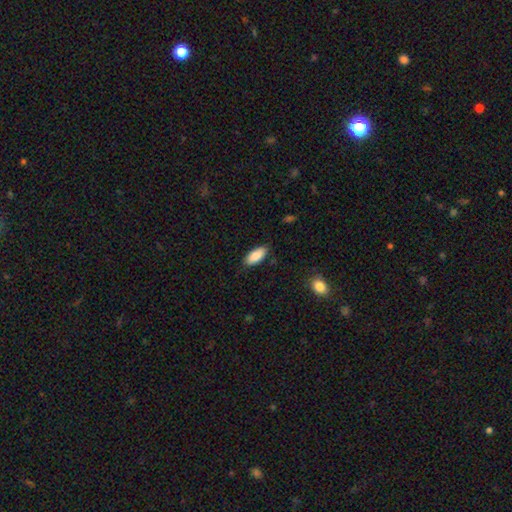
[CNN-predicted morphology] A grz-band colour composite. It shows a smooth galaxy with no disk features (88%) that is in between round and cigar-shaped (88%). Merging: none (84%).